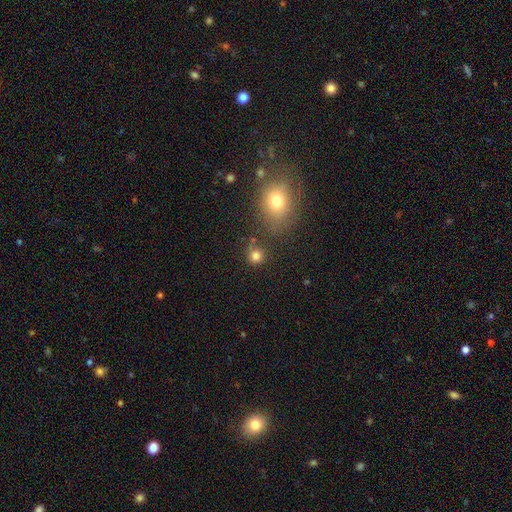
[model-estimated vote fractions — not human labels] smooth 79%, star or artifact 15%, featured or disk 6%. Down the decision tree: how rounded — round (89%); merging — none (73%).